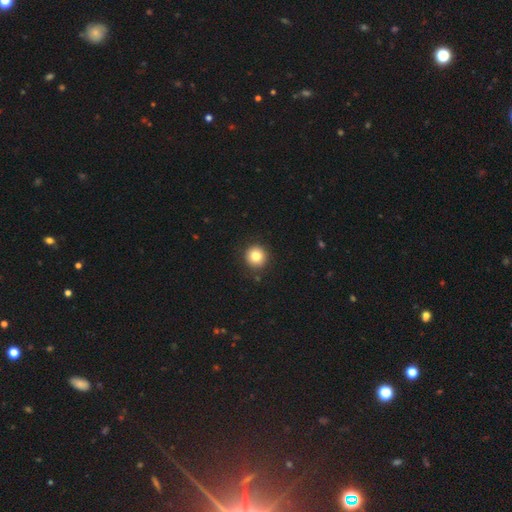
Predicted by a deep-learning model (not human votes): smooth-or-featured: smooth: 82% | star or artifact: 11% | featured or disk: 8%
  how-rounded: round: 95% | in between: 4% | cigar-shaped: 1%
  merging: none: 91% | minor disturbance: 6% | major disturbance: 2% | merger: 1%